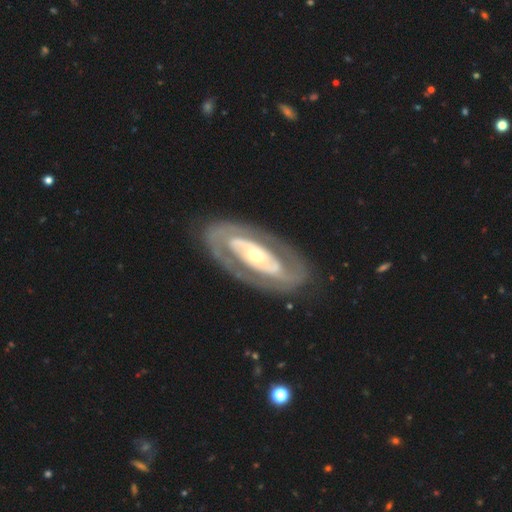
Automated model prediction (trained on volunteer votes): smooth_or_featured: featured or disk (p=0.81) [alt: smooth p=0.15]
disk_edge_on: no (p=0.92) [alt: yes p=0.08]
bar: no (p=0.61) [alt: strong p=0.21]
has_spiral_arms: yes (p=0.58) [alt: no p=0.42]
bulge_size: small (p=0.47) [alt: moderate p=0.45]
merging: none (p=0.82) [alt: minor disturbance p=0.11]